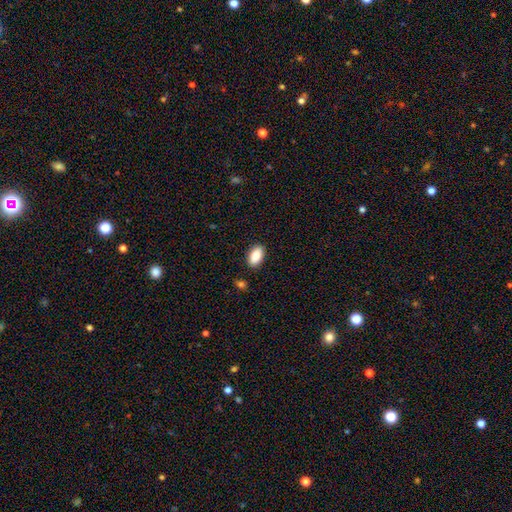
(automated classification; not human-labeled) This appears to be a smooth galaxy with no disk features (85%) that is in between round and cigar-shaped (93%). Merging: none (89%).